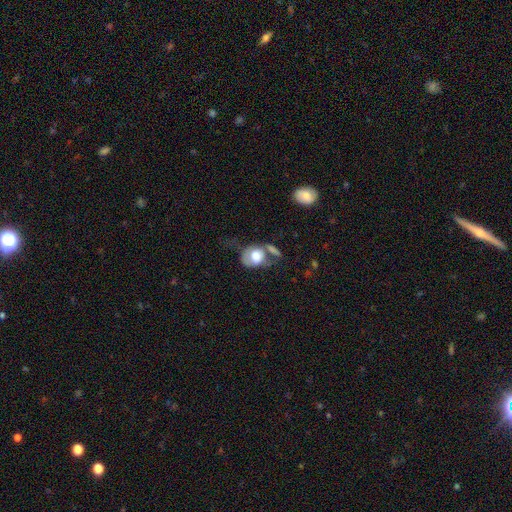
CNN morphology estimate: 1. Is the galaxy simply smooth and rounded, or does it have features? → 62% smooth, 30% featured or disk, 8% star or artifact.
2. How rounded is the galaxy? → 56% in between, 42% round, 2% cigar-shaped.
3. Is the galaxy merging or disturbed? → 28% none, 26% major disturbance, 26% merger, 20% minor disturbance.